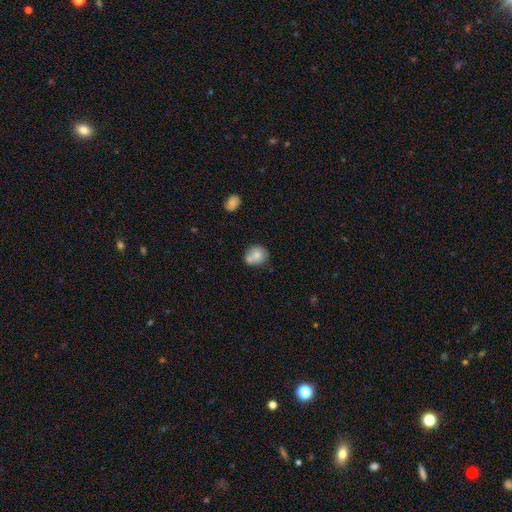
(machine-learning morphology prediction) smooth 75%, featured or disk 17%, star or artifact 8%. Down the decision tree: how rounded — round (75%); merging — none (51%).